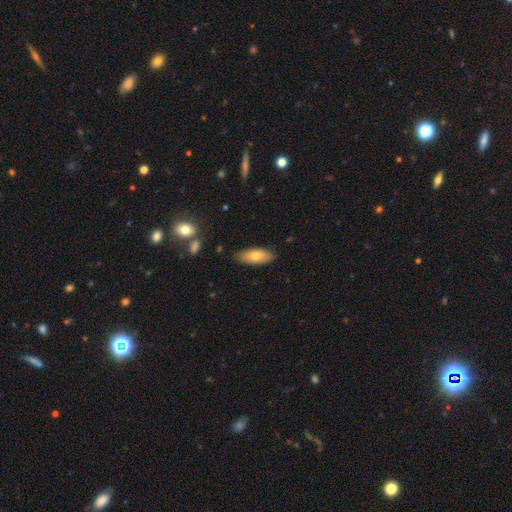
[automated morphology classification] Overall: smooth (72%). How rounded: in between (79%). Merging: none (85%).